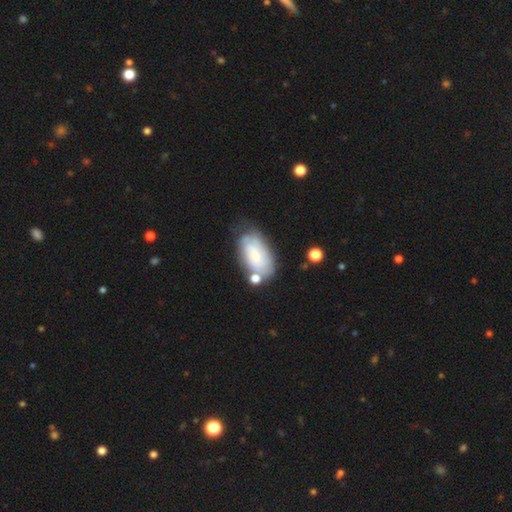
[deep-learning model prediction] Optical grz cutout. It shows a smooth galaxy with no disk features (54%) that is in between round and cigar-shaped (93%). Merging: none (50%).